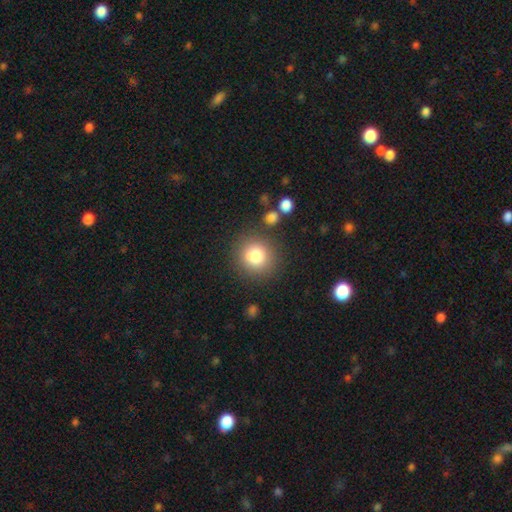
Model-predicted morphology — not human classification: smooth-or-featured: smooth: 80% | star or artifact: 11% | featured or disk: 9%
  how-rounded: round: 89% | in between: 11% | cigar-shaped: 1%
  merging: none: 80% | minor disturbance: 10% | merger: 5% | major disturbance: 4%